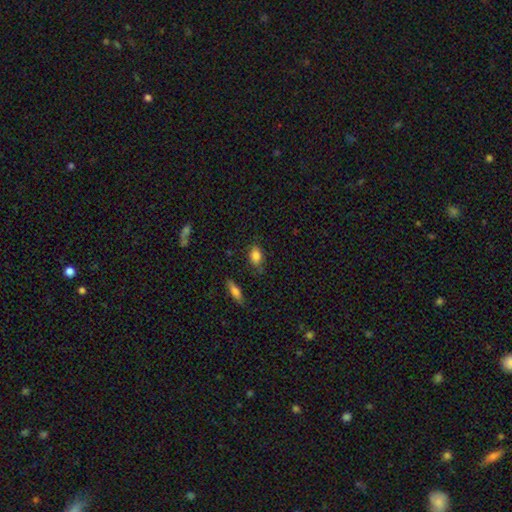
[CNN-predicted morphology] Smooth or featured: smooth — 85% (star or artifact — 9%)
How rounded: in between — 78% (round — 18%)
Merging: none — 73% (minor disturbance — 19%)